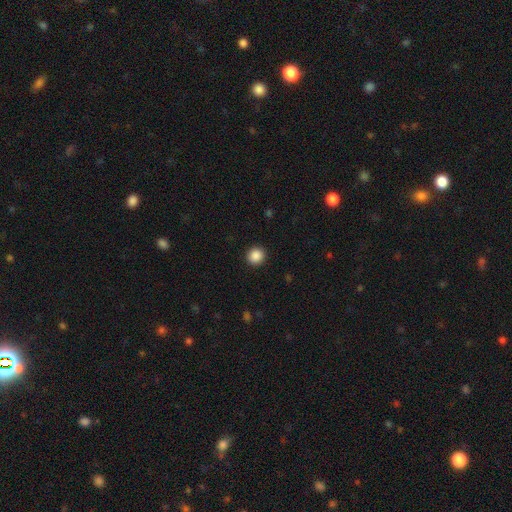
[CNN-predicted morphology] Smooth or featured?
  - smooth: 88% *
  - star or artifact: 9%
  - featured or disk: 3%
How rounded?
  - round: 90% *
  - in between: 9%
  - cigar-shaped: 1%
Merging?
  - none: 92% *
  - minor disturbance: 5%
  - major disturbance: 2%
  - merger: 1%